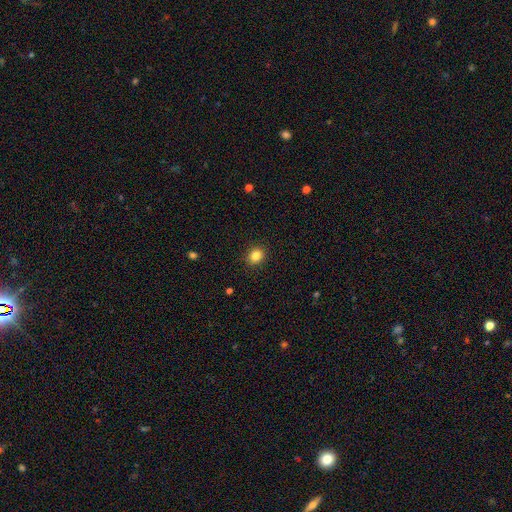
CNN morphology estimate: Smooth or featured?
  - smooth: 85% *
  - star or artifact: 10%
  - featured or disk: 4%
How rounded?
  - round: 59% *
  - in between: 40%
  - cigar-shaped: 1%
Merging?
  - none: 90% *
  - minor disturbance: 7%
  - major disturbance: 2%
  - merger: 1%